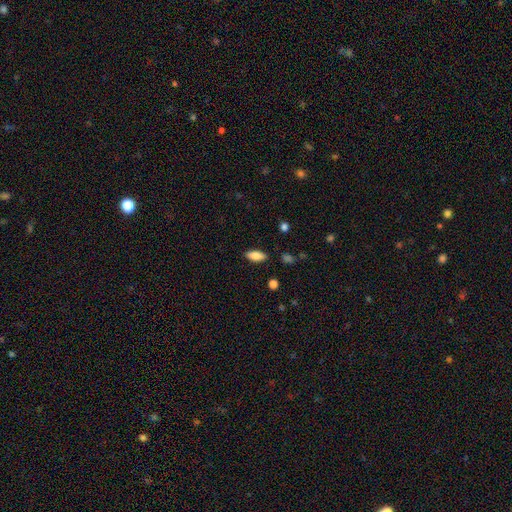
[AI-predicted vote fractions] Smooth or featured?
  - smooth: 84% *
  - featured or disk: 9%
  - star or artifact: 7%
How rounded?
  - in between: 84% *
  - cigar-shaped: 14%
  - round: 2%
Merging?
  - none: 86% *
  - minor disturbance: 10%
  - major disturbance: 2%
  - merger: 1%